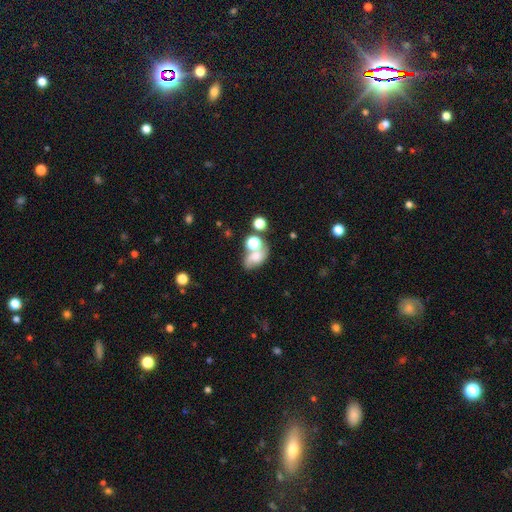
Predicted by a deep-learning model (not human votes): A smooth galaxy with no disk features (55%) that is in between round and cigar-shaped (71%). Merging: merger (38%).